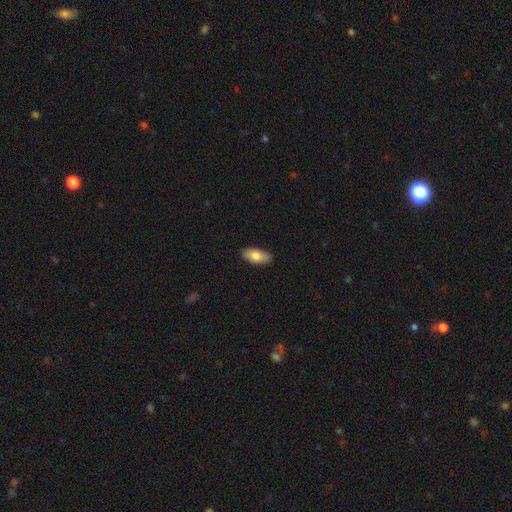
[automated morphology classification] smooth 81%, featured or disk 13%, star or artifact 6%. Down the decision tree: how rounded — in between (92%); merging — none (88%).